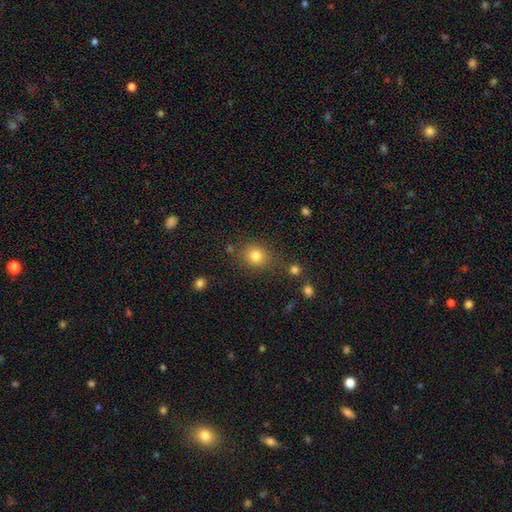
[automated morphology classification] Overall: smooth (81%). How rounded: round (75%). Merging: none (76%).